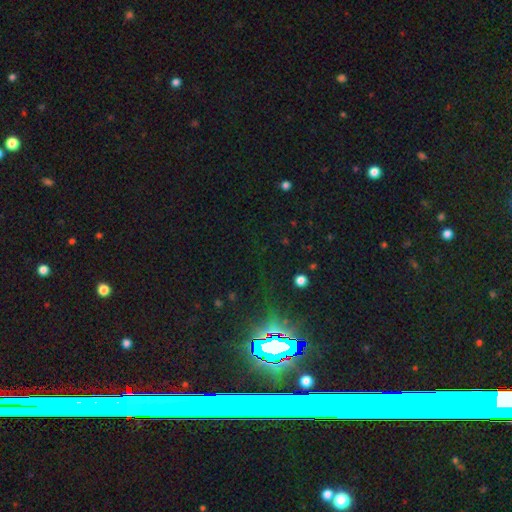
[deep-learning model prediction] Q: Smooth or featured?
A: star or artifact (76%); runner-up: featured or disk (13%)